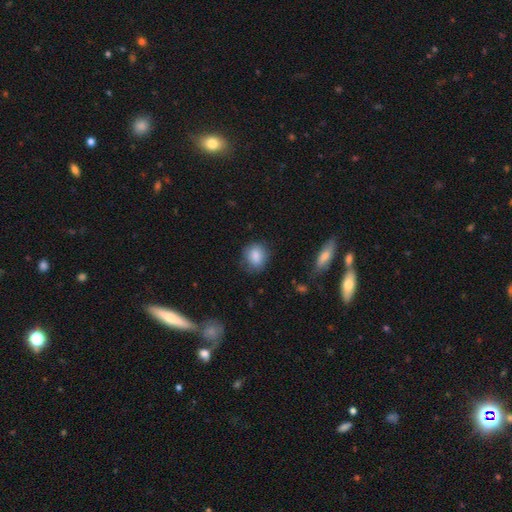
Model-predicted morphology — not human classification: Smooth or featured? Predicted: smooth (p=0.85). How rounded? Predicted: round (p=0.58). Merging? Predicted: none (p=0.74).